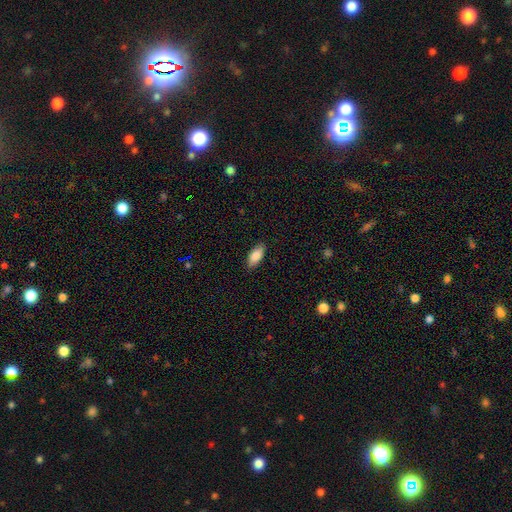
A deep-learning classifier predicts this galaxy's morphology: Smooth or featured? smooth (86%)
How rounded? in between (86%)
Merging? none (87%)